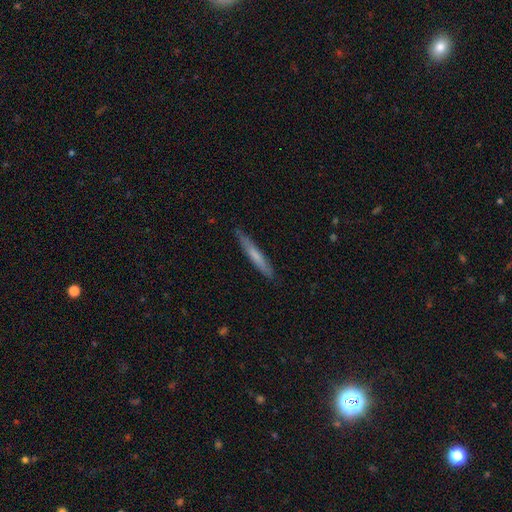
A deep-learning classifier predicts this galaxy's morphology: This is likely a smooth galaxy (64%). How rounded: clearly cigar-shaped (95%). Merging: clearly none (87%).